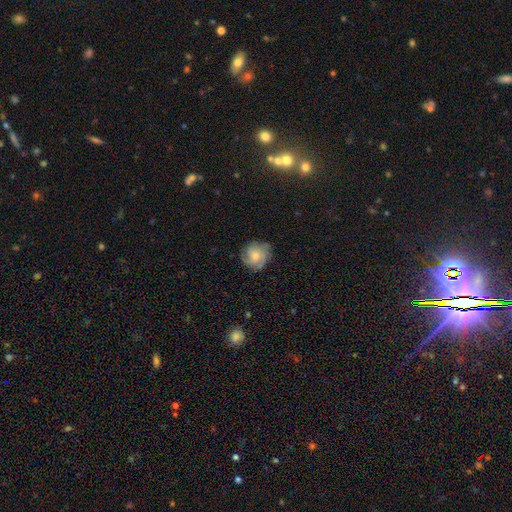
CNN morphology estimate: A featured or disk galaxy (66%) with no bar (74%), 3 (38%) tight (59%) spiral arms (94%) and a moderate central bulge (51%). Merging: none (78%).